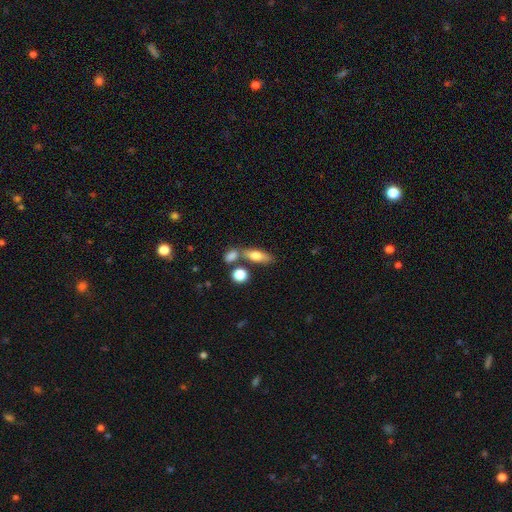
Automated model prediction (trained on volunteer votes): A smooth galaxy with no disk features (69%) that is in between round and cigar-shaped (63%).

Vote fractions:
- Smooth or featured? smooth: 69% / featured or disk: 23% / star or artifact: 8%
- How rounded? in between: 63% / cigar-shaped: 30% / round: 7%
- Merging? none: 60% / merger: 23% / minor disturbance: 12% / major disturbance: 5%